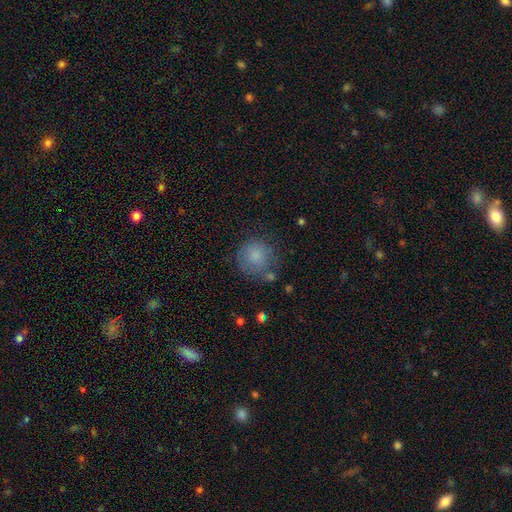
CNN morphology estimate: type=smooth (80%); roundness=round (91%); merging=none (67%).